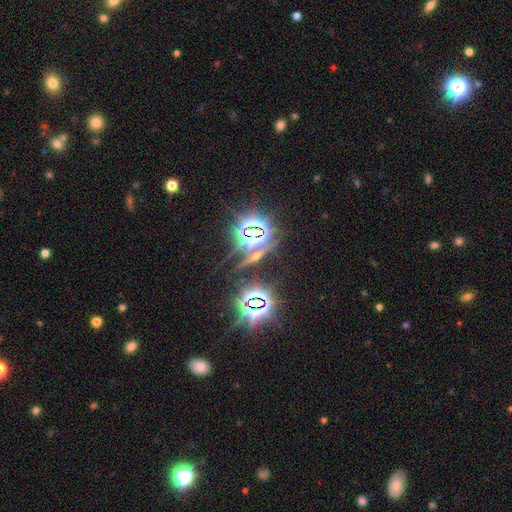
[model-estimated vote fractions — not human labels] A star or artifact, not a galaxy (74%).